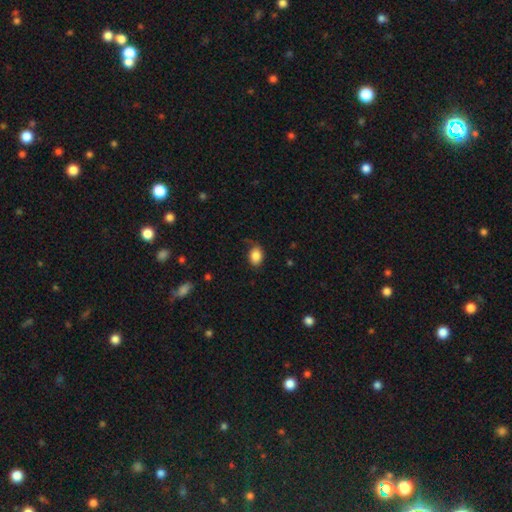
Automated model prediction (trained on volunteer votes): smooth 86%, star or artifact 8%, featured or disk 6%. Down the decision tree: how rounded — in between (73%); merging — none (73%).